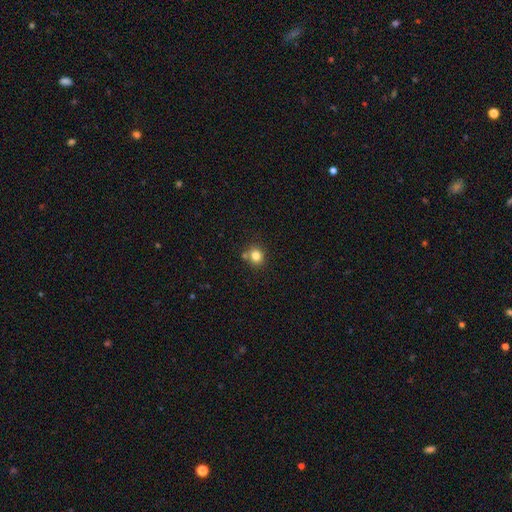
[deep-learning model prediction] Smooth or featured?
  - smooth: 82% *
  - star or artifact: 12%
  - featured or disk: 7%
How rounded?
  - round: 81% *
  - in between: 18%
  - cigar-shaped: 1%
Merging?
  - none: 72% *
  - merger: 16%
  - minor disturbance: 10%
  - major disturbance: 3%